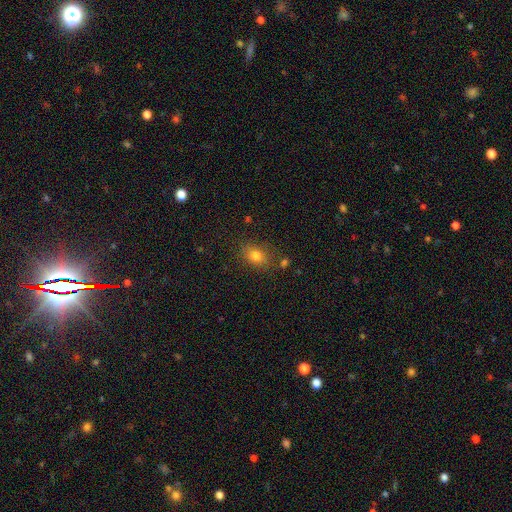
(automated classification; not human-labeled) Smooth or featured: smooth — 80% (star or artifact — 12%)
How rounded: in between — 65% (round — 34%)
Merging: none — 78% (minor disturbance — 14%)